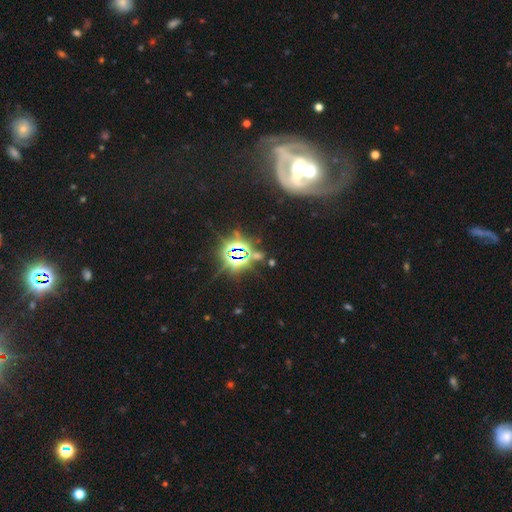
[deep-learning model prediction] Smooth or featured?
  - star or artifact: 72% *
  - smooth: 14%
  - featured or disk: 14%